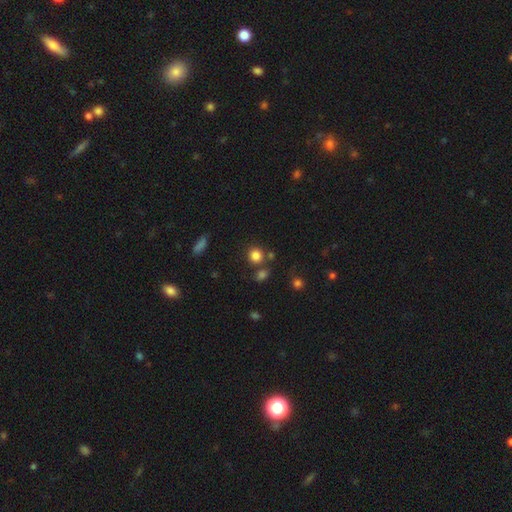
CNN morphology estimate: This appears to be a smooth galaxy with no disk features (82%) that is round (86%). Merging: none (73%).